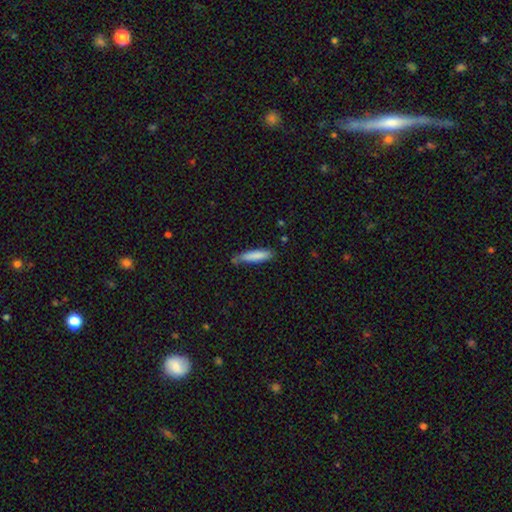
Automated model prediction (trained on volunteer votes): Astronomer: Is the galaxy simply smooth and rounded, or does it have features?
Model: smooth — 82%.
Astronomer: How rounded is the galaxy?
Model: cigar-shaped — 81%.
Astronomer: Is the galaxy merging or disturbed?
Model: none — 64%.